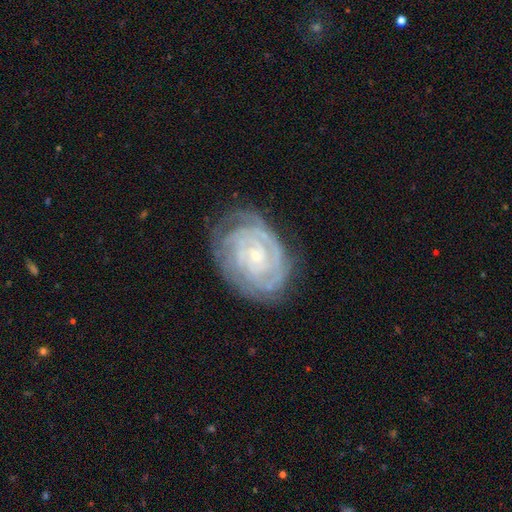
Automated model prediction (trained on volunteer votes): Morphology: type=featured or disk (87%); edge-on=no (97%); bar=no (72%); spiral arms=yes (96%); winding=tight (84%); arm count=can't tell (35%); bulge=small (78%); merging=none (72%).